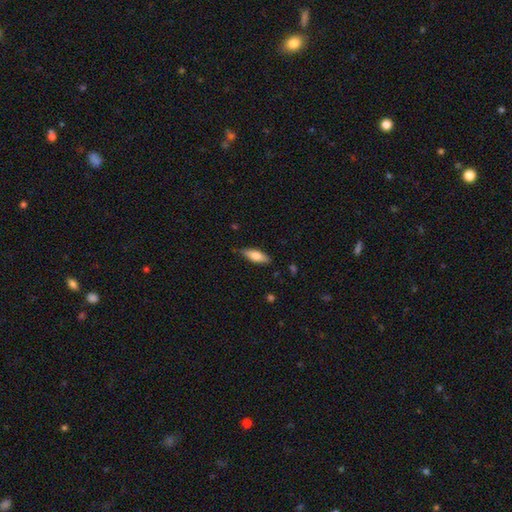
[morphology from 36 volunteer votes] smooth-or-featured: smooth: 72% | featured or disk: 25% | star or artifact: 3%
  how-rounded: in between: 73% | cigar-shaped: 27% | round: 0%
  merging: none: 54% | minor disturbance: 31% | major disturbance: 11% | merger: 3%